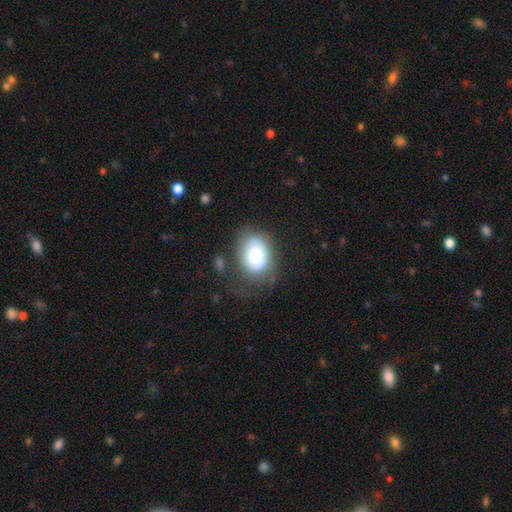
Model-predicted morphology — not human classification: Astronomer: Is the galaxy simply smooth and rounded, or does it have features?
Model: smooth — 72%.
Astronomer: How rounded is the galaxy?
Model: in between — 68%.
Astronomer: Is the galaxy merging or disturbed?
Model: none — 54%.